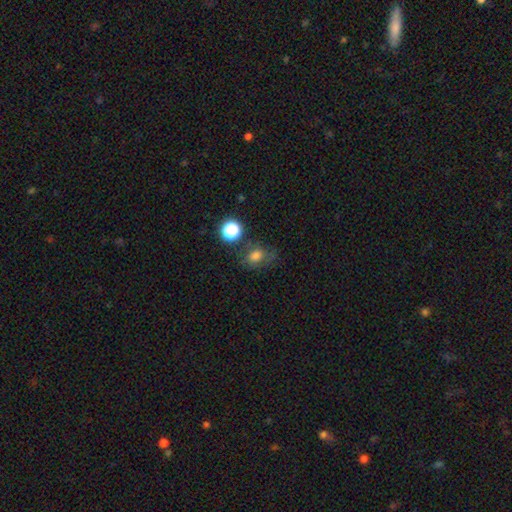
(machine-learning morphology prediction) Smooth or featured? smooth (74%)
How rounded? in between (52%)
Merging? none (60%)